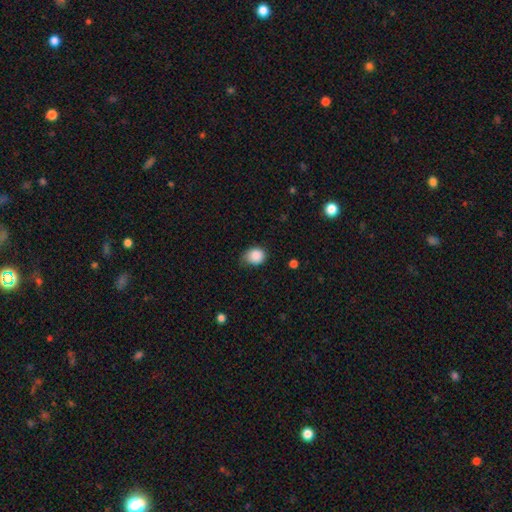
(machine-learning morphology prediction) smooth-or-featured: smooth: 88% | star or artifact: 8% | featured or disk: 4%
  how-rounded: round: 57% | in between: 42% | cigar-shaped: 1%
  merging: none: 58% | minor disturbance: 35% | major disturbance: 6% | merger: 2%